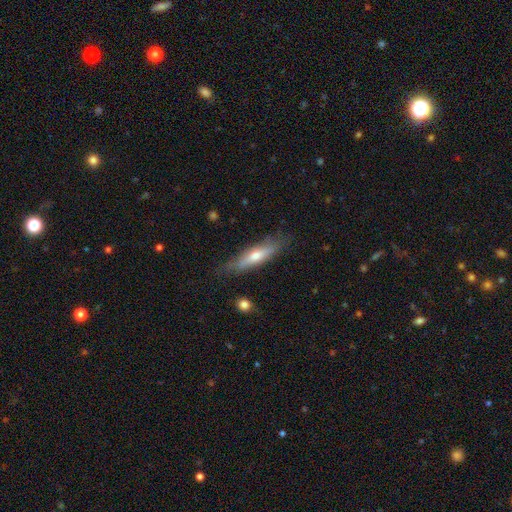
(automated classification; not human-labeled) This is possibly a smooth galaxy (47%). Merging: likely none (78%).